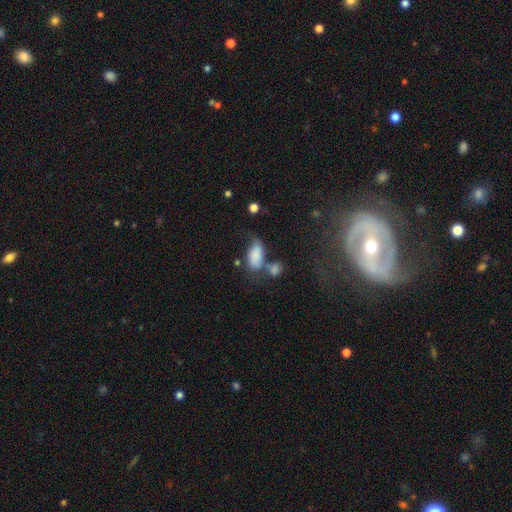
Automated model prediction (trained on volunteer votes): A smooth galaxy with no disk features (76%) that is in between round and cigar-shaped (92%). Merging: merger (34%).